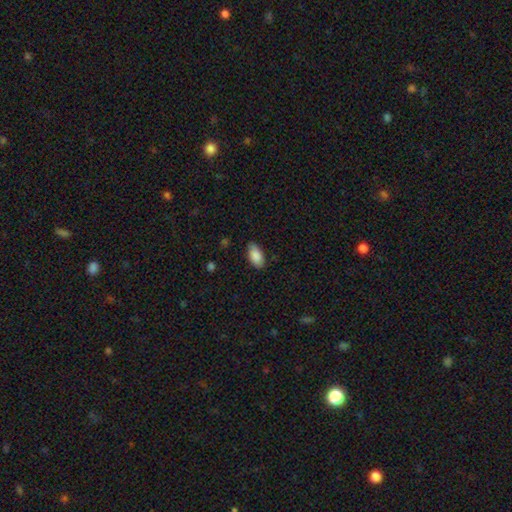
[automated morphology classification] Smooth or featured?
  - smooth: 89% *
  - star or artifact: 6%
  - featured or disk: 5%
How rounded?
  - in between: 93% *
  - cigar-shaped: 4%
  - round: 2%
Merging?
  - none: 82% *
  - minor disturbance: 14%
  - major disturbance: 3%
  - merger: 1%